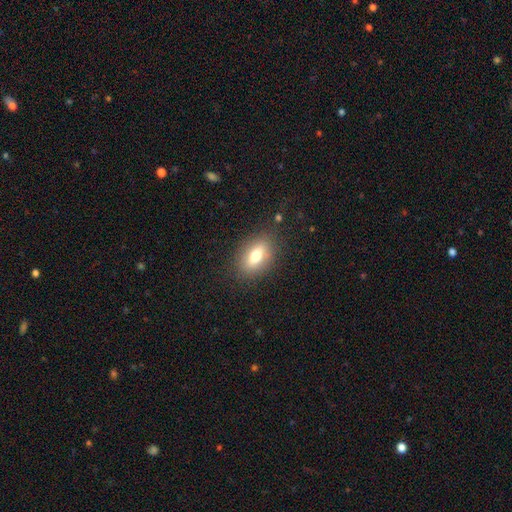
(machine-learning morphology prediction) Smooth or featured?
  - smooth: 72% *
  - featured or disk: 19%
  - star or artifact: 9%
How rounded?
  - in between: 81% *
  - round: 13%
  - cigar-shaped: 6%
Merging?
  - none: 84% *
  - minor disturbance: 11%
  - major disturbance: 4%
  - merger: 1%